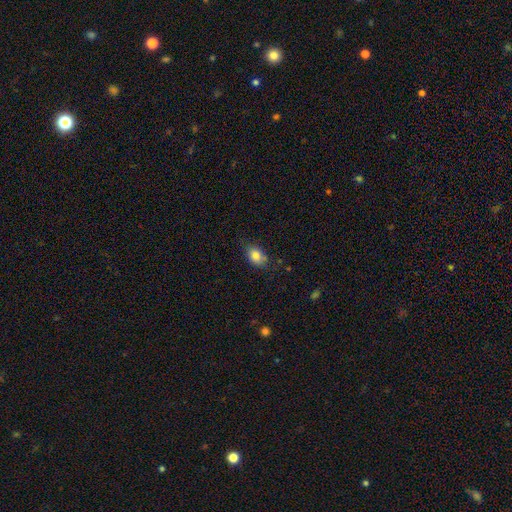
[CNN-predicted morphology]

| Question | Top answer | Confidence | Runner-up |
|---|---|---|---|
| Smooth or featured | smooth | 83% | star or artifact (9%) |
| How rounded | in between | 75% | round (24%) |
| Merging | none | 75% | minor disturbance (19%) |